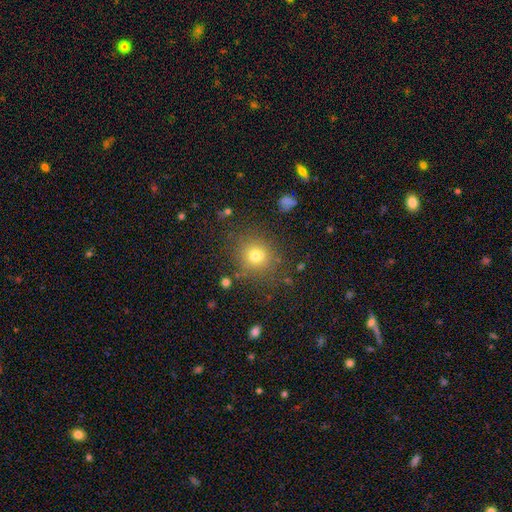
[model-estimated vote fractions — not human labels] A smooth galaxy with no disk features (74%) that is round (84%).

Vote fractions:
- Smooth or featured? smooth: 74% / star or artifact: 16% / featured or disk: 10%
- How rounded? round: 84% / in between: 15% / cigar-shaped: 1%
- Merging? none: 82% / minor disturbance: 11% / major disturbance: 4% / merger: 3%